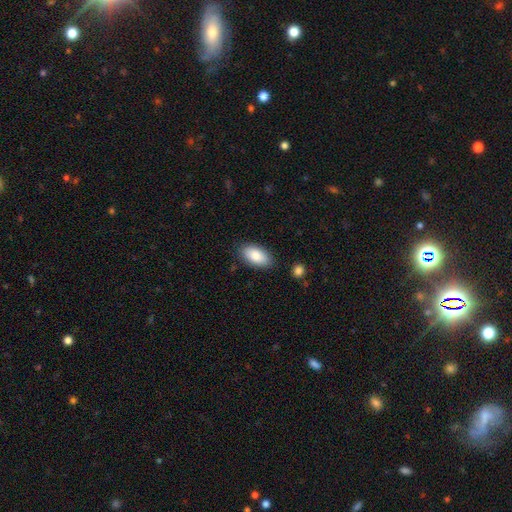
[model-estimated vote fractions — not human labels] Smooth or featured? smooth (85%)
How rounded? in between (94%)
Merging? none (85%)